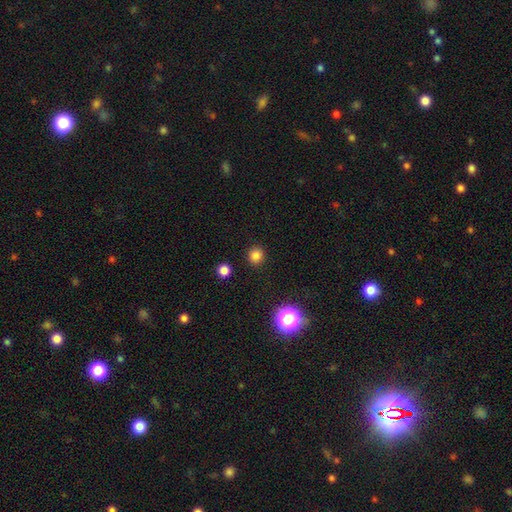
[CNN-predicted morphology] Smooth or featured?
  - smooth: 81% *
  - star or artifact: 15%
  - featured or disk: 4%
How rounded?
  - round: 91% *
  - in between: 8%
  - cigar-shaped: 1%
Merging?
  - none: 91% *
  - minor disturbance: 5%
  - major disturbance: 2%
  - merger: 2%